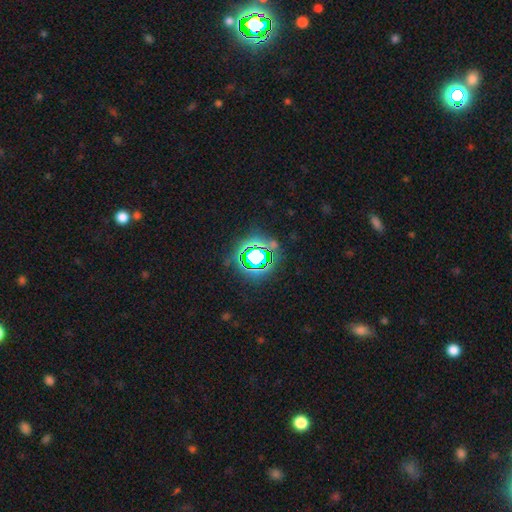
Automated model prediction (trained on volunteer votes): Smooth or featured?
  - star or artifact: 71% *
  - smooth: 18%
  - featured or disk: 11%